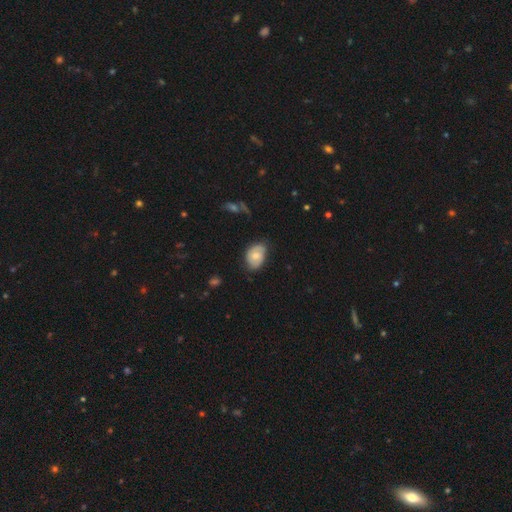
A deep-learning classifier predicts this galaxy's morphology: A smooth galaxy with no disk features (53%) that is in between round and cigar-shaped (79%). Merging: none (69%).